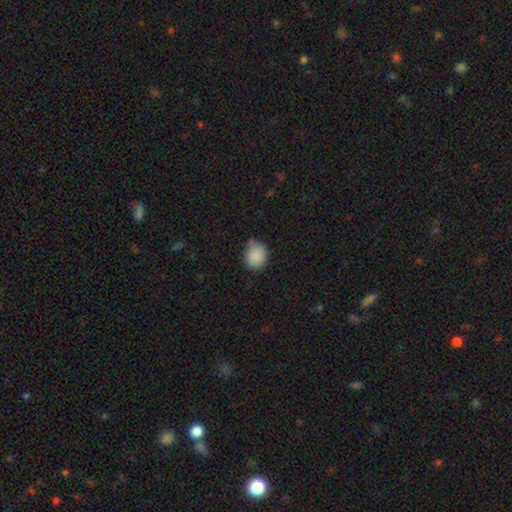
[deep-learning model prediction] smooth-or-featured: smooth: 88% | star or artifact: 8% | featured or disk: 4%
  how-rounded: round: 67% | in between: 32% | cigar-shaped: 1%
  merging: none: 66% | minor disturbance: 25% | major disturbance: 4% | merger: 4%